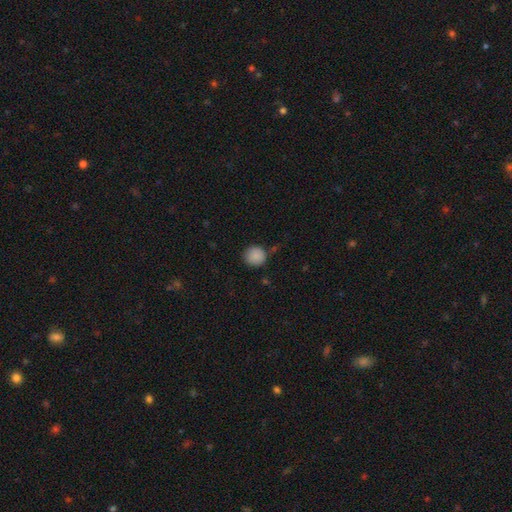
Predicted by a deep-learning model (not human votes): Q: Smooth or featured?
A: smooth (88%); runner-up: star or artifact (8%)
Q: How rounded?
A: round (92%); runner-up: in between (7%)
Q: Merging?
A: none (83%); runner-up: minor disturbance (12%)